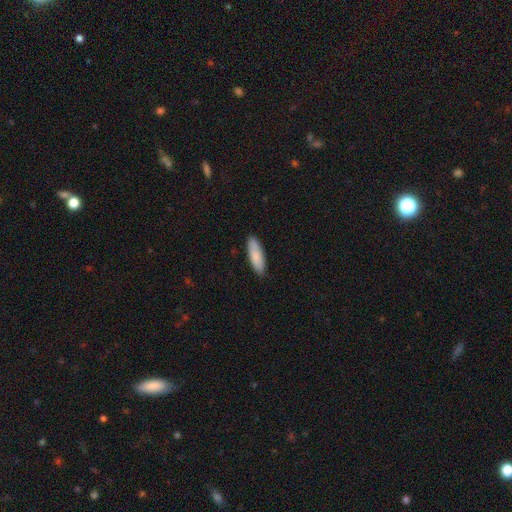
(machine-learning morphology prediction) Overall: smooth (86%). How rounded: in between (55%; cigar-shaped 44%). Merging: none (87%).